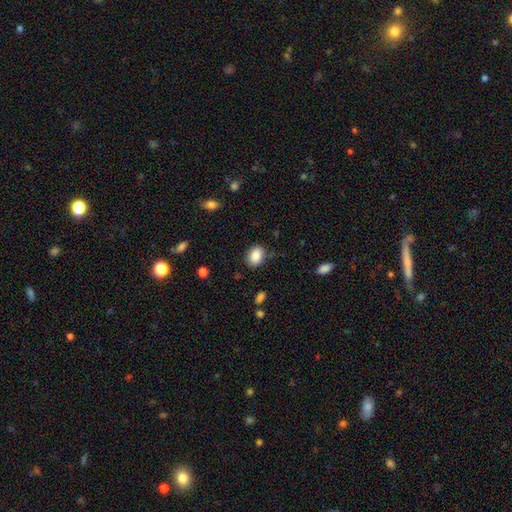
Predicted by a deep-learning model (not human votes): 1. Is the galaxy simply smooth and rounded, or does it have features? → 85% smooth, 9% star or artifact, 7% featured or disk.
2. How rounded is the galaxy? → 64% in between, 35% round, 1% cigar-shaped.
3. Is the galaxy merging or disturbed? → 82% none, 13% minor disturbance, 3% major disturbance, 2% merger.